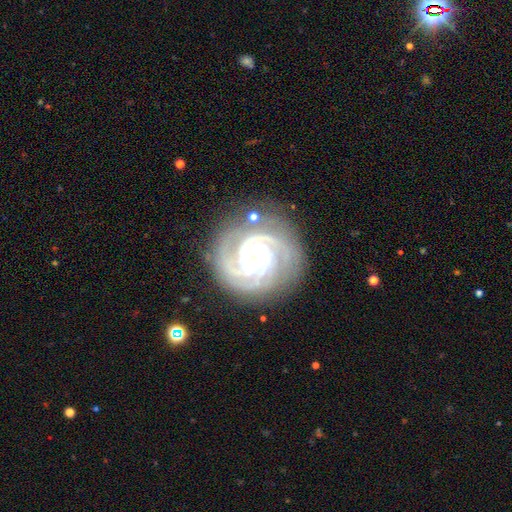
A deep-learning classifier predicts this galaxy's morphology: A featured or disk galaxy (91%) with no bar (65%), 3 (36%) tight (83%) spiral arms (99%) and a small central bulge (80%). Merging: none (80%).